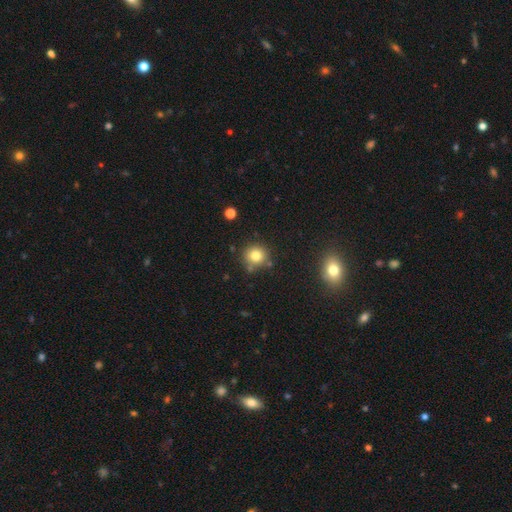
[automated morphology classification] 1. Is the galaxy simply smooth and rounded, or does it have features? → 79% smooth, 13% star or artifact, 8% featured or disk.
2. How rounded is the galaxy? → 92% round, 7% in between, 1% cigar-shaped.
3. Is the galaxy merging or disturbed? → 80% none, 11% minor disturbance, 7% merger, 3% major disturbance.